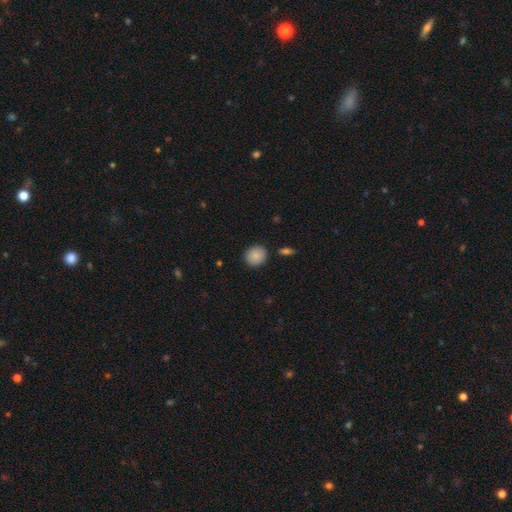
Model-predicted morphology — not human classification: Smooth or featured: smooth — 86% (star or artifact — 8%)
How rounded: round — 83% (in between — 16%)
Merging: none — 88% (minor disturbance — 8%)